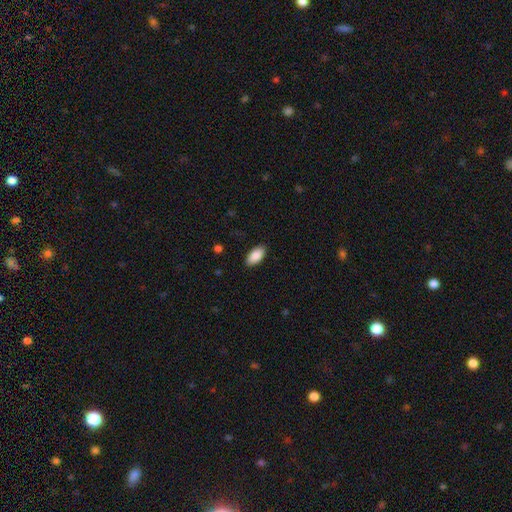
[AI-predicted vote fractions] This is clearly a smooth galaxy (89%). How rounded: clearly in between (94%). Merging: clearly none (89%).